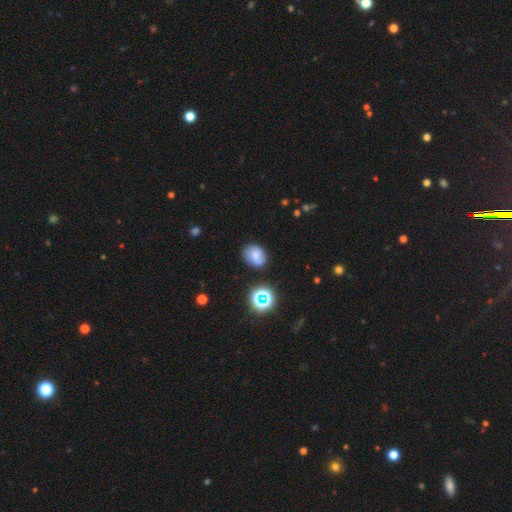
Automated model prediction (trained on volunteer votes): A smooth galaxy with no disk features (67%) that is in between round and cigar-shaped (56%). Merging: none (68%).